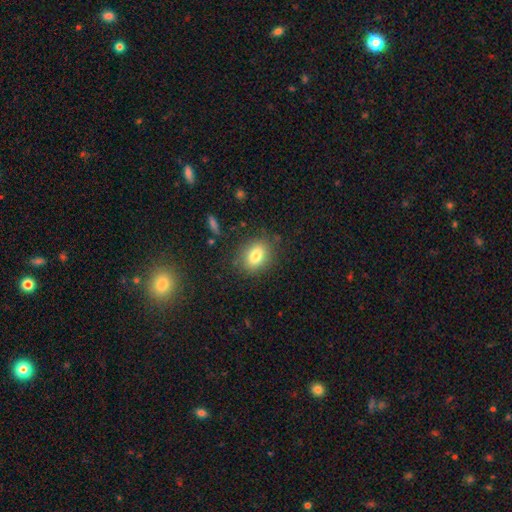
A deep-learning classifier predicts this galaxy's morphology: Smooth or featured? Predicted: smooth (p=0.80). How rounded? Predicted: in between (p=0.68). Merging? Predicted: none (p=0.83).